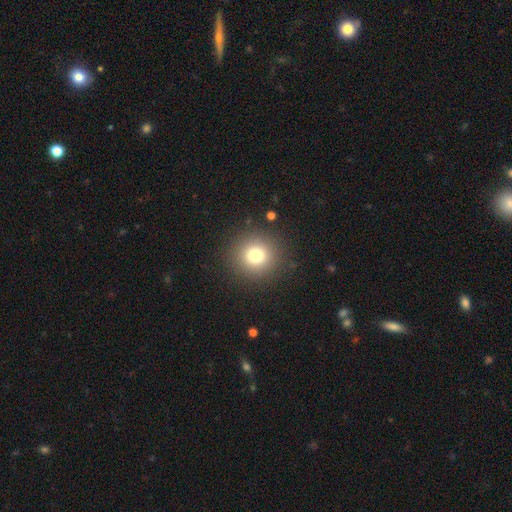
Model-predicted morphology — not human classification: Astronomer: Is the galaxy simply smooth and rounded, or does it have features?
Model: smooth — 77%.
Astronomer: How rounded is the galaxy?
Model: round — 93%.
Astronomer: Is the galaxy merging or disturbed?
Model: none — 89%.